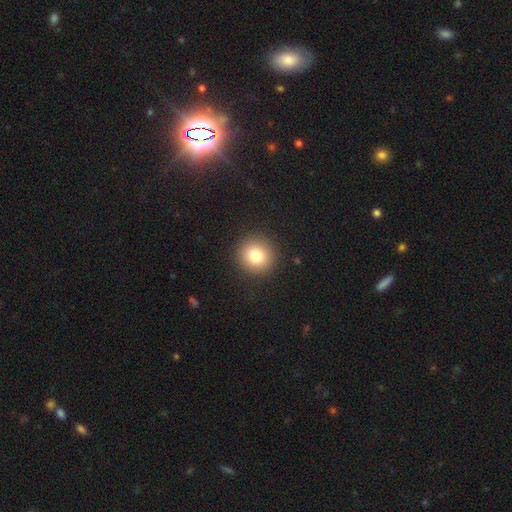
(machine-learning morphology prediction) smooth 82%, star or artifact 10%, featured or disk 7%. Down the decision tree: how rounded — round (93%); merging — none (91%).